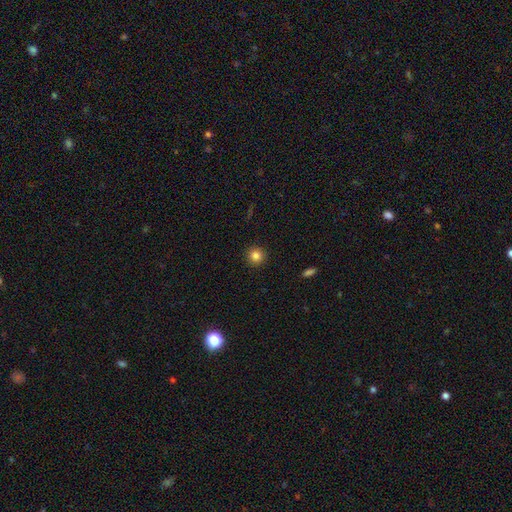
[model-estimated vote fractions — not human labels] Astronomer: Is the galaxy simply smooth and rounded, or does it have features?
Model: smooth — 83%.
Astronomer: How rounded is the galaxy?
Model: round — 94%.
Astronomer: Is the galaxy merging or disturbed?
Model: none — 92%.